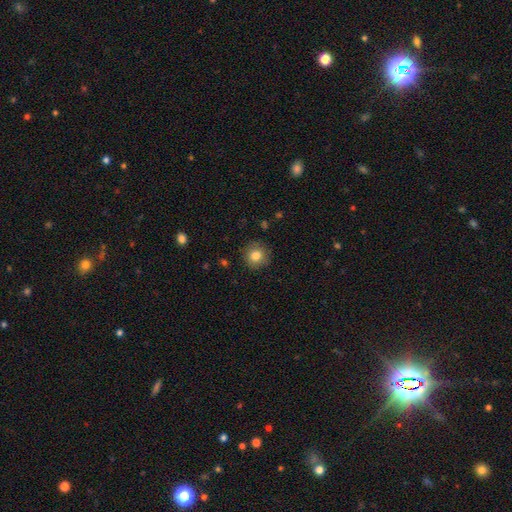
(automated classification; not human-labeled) smooth_or_featured: smooth (p=0.82) [alt: star or artifact p=0.10]
how_rounded: round (p=0.92) [alt: in between p=0.07]
merging: none (p=0.88) [alt: minor disturbance p=0.08]